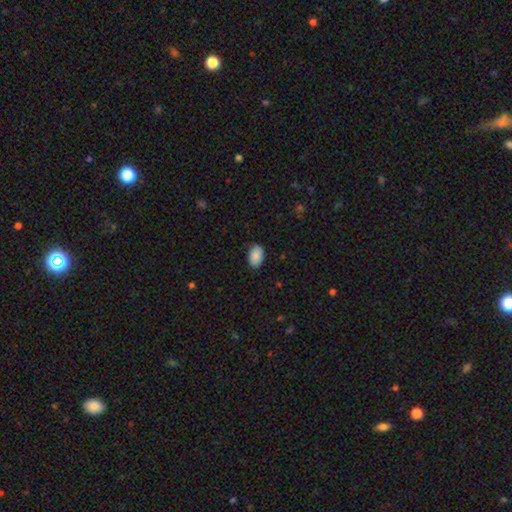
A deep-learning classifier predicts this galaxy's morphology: A smooth galaxy with no disk features (89%) that is in between round and cigar-shaped (90%).

Vote fractions:
- Smooth or featured? smooth: 89% / star or artifact: 7% / featured or disk: 4%
- How rounded? in between: 90% / round: 8% / cigar-shaped: 1%
- Merging? none: 86% / minor disturbance: 11% / major disturbance: 2% / merger: 1%